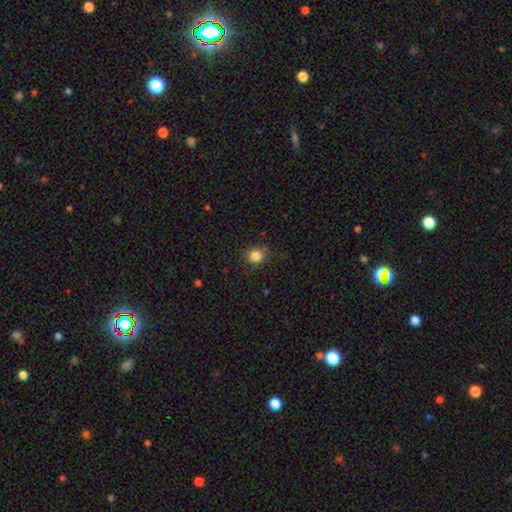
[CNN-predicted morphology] Q: Smooth or featured?
A: smooth (84%); runner-up: star or artifact (12%)
Q: How rounded?
A: round (87%); runner-up: in between (12%)
Q: Merging?
A: none (81%); runner-up: minor disturbance (14%)